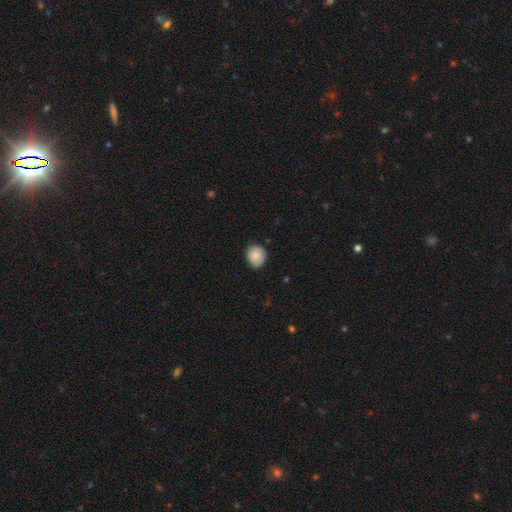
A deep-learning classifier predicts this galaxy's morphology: Smooth or featured?
  - smooth: 85% *
  - featured or disk: 8%
  - star or artifact: 7%
How rounded?
  - round: 67% *
  - in between: 32%
  - cigar-shaped: 1%
Merging?
  - none: 78% *
  - minor disturbance: 19%
  - major disturbance: 3%
  - merger: 1%